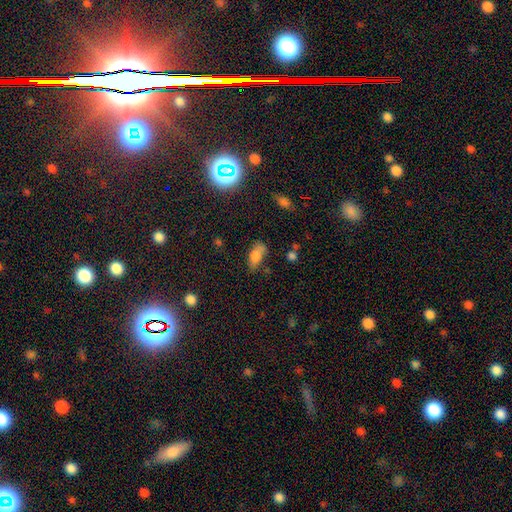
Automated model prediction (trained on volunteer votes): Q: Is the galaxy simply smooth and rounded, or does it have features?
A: smooth — 74%.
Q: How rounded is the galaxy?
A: in between — 83%.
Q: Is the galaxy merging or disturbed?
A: none — 53%.